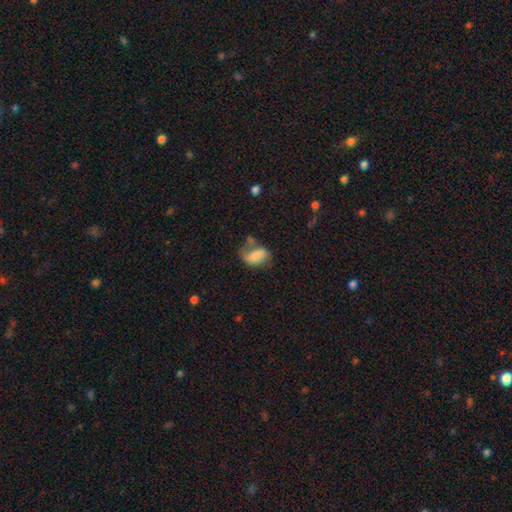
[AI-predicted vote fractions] Overall: smooth (58%; featured or disk 33%). How rounded: in between (84%). Merging: none (37%; minor disturbance 28%).